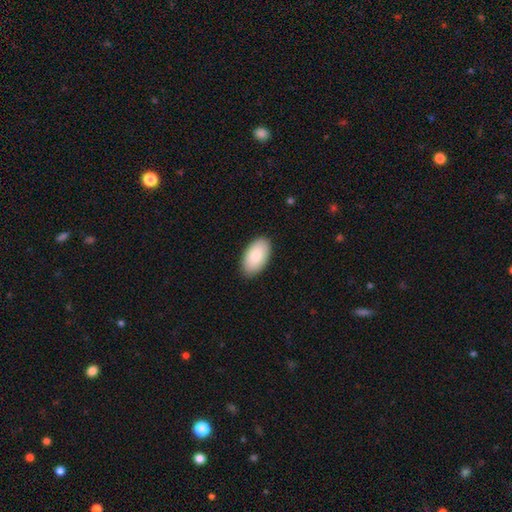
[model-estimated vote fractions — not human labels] A smooth galaxy with no disk features (87%) that is in between round and cigar-shaped (96%).

Vote fractions:
- Smooth or featured? smooth: 87% / featured or disk: 8% / star or artifact: 6%
- How rounded? in between: 96% / round: 2% / cigar-shaped: 2%
- Merging? none: 88% / minor disturbance: 9% / major disturbance: 2% / merger: 1%